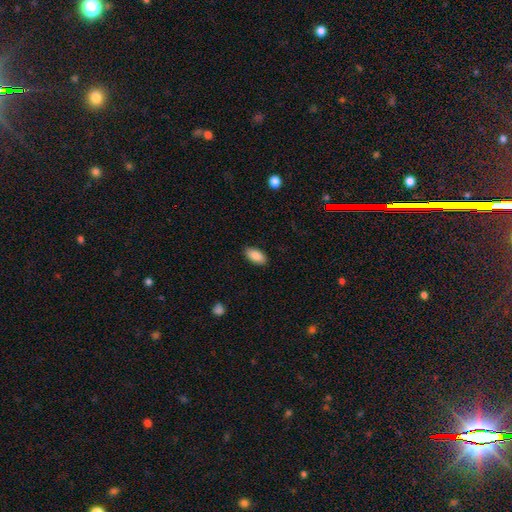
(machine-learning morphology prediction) Overall: smooth (88%). How rounded: in between (93%). Merging: none (87%).